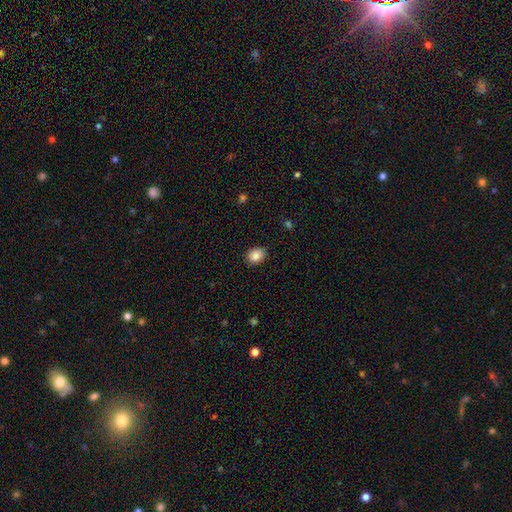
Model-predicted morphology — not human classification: Smooth or featured?
  - smooth: 87% *
  - star or artifact: 9%
  - featured or disk: 4%
How rounded?
  - in between: 60% *
  - round: 39%
  - cigar-shaped: 1%
Merging?
  - none: 85% *
  - minor disturbance: 12%
  - major disturbance: 2%
  - merger: 1%